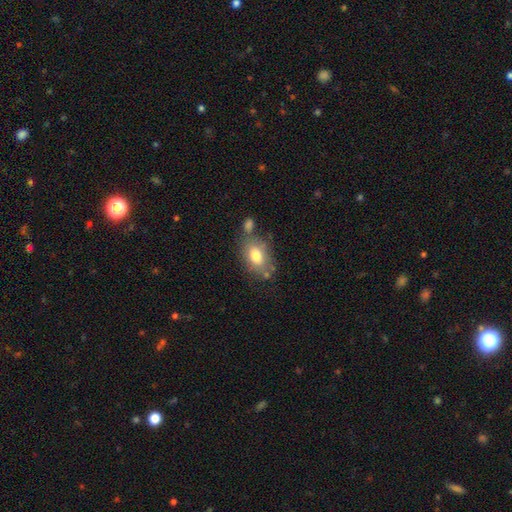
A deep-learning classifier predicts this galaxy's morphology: smooth-or-featured: smooth: 76% | featured or disk: 15% | star or artifact: 8%
  how-rounded: in between: 82% | round: 16% | cigar-shaped: 2%
  merging: none: 61% | minor disturbance: 18% | merger: 15% | major disturbance: 6%